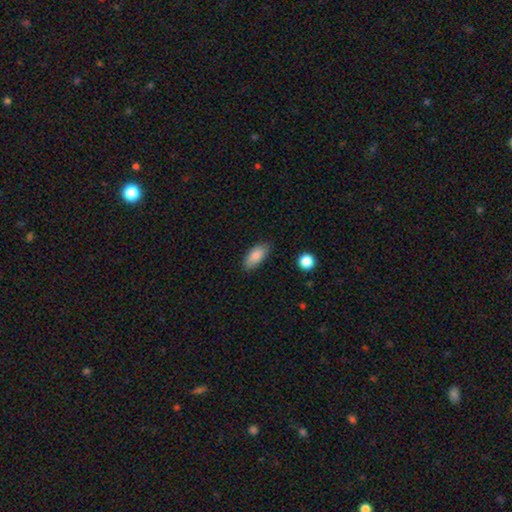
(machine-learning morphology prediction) A smooth galaxy with no disk features (86%) that is in between round and cigar-shaped (87%). Merging: none (82%).